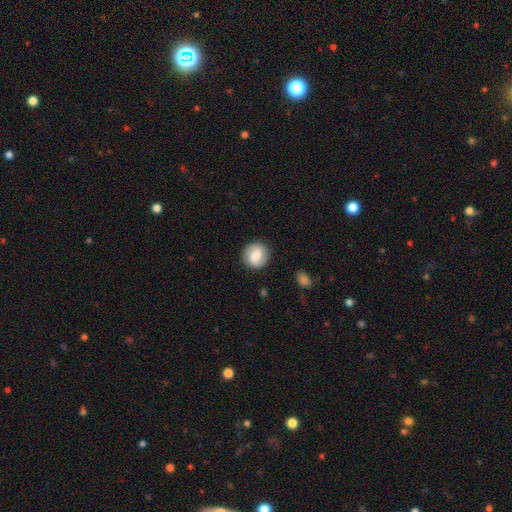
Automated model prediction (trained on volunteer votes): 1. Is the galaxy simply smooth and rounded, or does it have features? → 58% smooth, 34% featured or disk, 7% star or artifact.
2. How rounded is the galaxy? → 88% round, 11% in between, 1% cigar-shaped.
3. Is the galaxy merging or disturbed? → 87% none, 9% minor disturbance, 3% major disturbance, 1% merger.